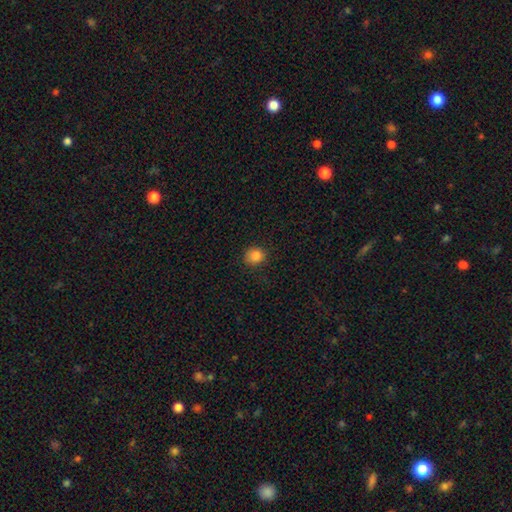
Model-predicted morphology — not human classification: Q: Smooth or featured?
A: smooth (85%); runner-up: star or artifact (11%)
Q: How rounded?
A: round (79%); runner-up: in between (20%)
Q: Merging?
A: none (83%); runner-up: minor disturbance (13%)